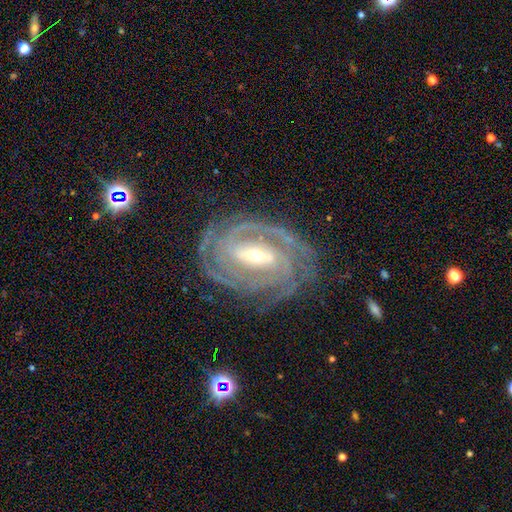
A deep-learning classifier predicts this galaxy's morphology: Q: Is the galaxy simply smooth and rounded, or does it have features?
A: featured or disk — 90%.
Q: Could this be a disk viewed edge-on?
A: no — 96%.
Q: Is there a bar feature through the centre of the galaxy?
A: strong — 53%.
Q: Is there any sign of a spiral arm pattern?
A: yes — 97%.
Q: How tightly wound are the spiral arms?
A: tight — 72%.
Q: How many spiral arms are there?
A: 2 — 25%.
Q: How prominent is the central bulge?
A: small — 50%.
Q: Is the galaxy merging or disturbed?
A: none — 75%.